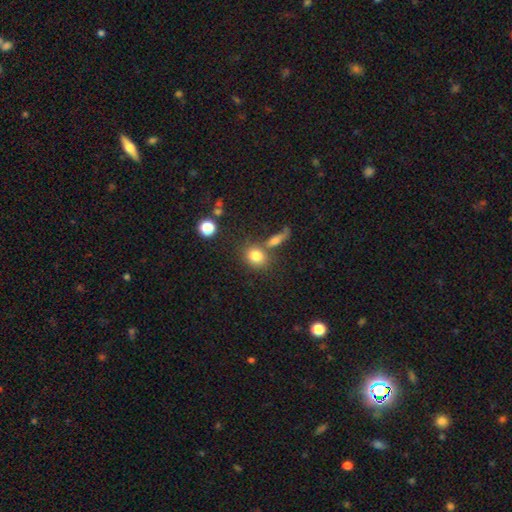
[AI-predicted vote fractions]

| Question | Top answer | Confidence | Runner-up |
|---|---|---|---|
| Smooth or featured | smooth | 80% | star or artifact (11%) |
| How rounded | round | 60% | in between (37%) |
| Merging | none | 61% | merger (22%) |